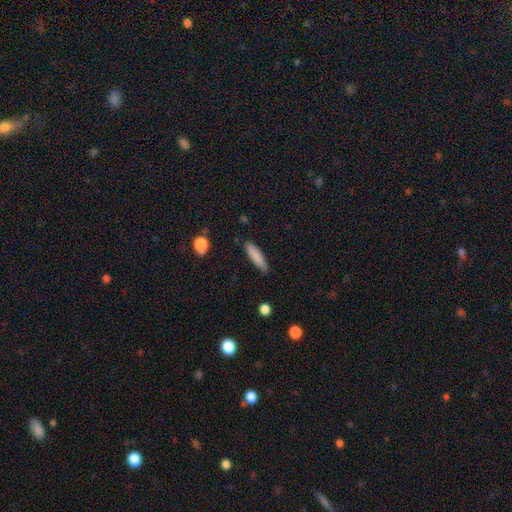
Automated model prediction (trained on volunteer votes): A smooth galaxy with no disk features (84%) that is cigar-shaped (77%). Merging: none (86%).